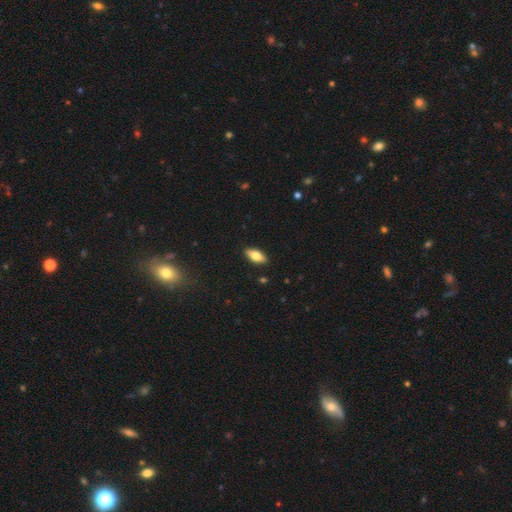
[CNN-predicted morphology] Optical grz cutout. It shows a smooth galaxy with no disk features (73%) that is in between round and cigar-shaped (84%). Merging: none (89%).